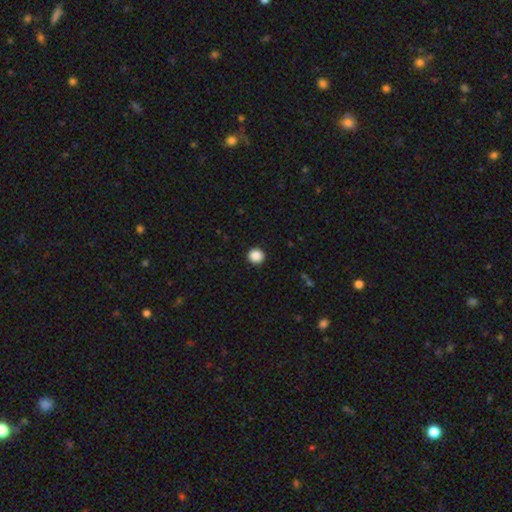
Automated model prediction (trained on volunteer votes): The model was most divided on "smooth or featured": smooth: 88%, star or artifact: 10%, featured or disk: 2%. More confident: how rounded — round (94%); merging — none (93%).